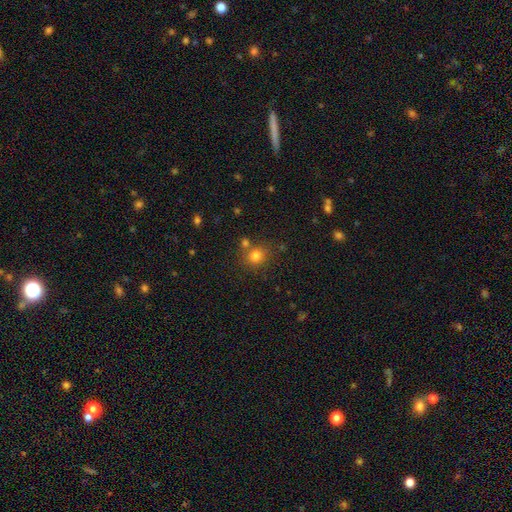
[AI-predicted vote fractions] Q: Smooth or featured?
A: smooth (79%); runner-up: star or artifact (14%)
Q: How rounded?
A: round (82%); runner-up: in between (18%)
Q: Merging?
A: none (71%); runner-up: merger (15%)